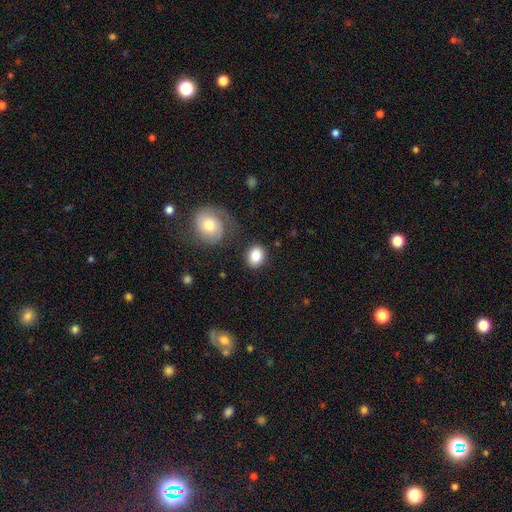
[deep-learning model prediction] smooth_or_featured: smooth (p=0.83) [alt: featured or disk p=0.10]
how_rounded: round (p=0.52) [alt: in between p=0.47]
merging: none (p=0.81) [alt: minor disturbance p=0.10]